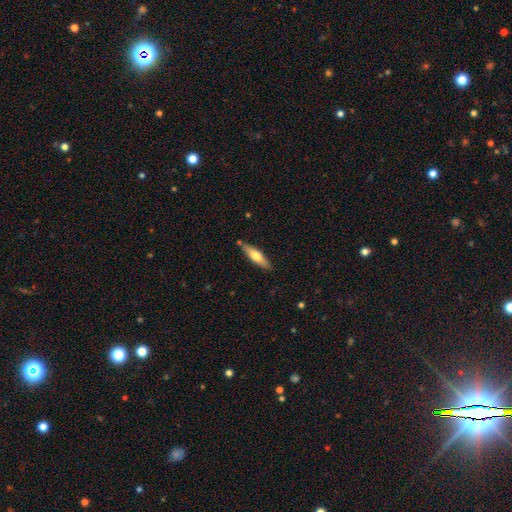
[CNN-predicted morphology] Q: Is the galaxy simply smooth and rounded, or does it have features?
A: smooth — 59%.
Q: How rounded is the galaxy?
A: cigar-shaped — 69%.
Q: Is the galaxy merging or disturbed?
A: none — 81%.